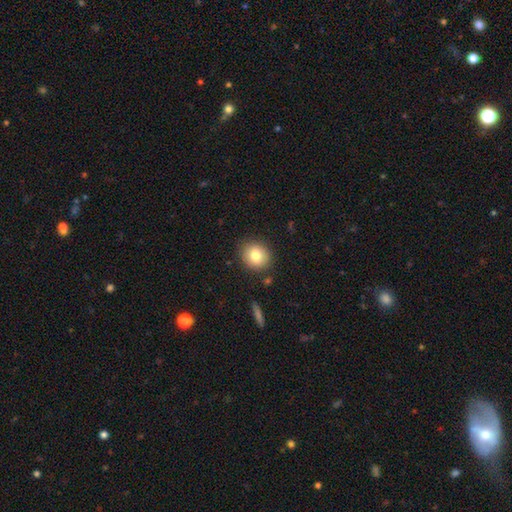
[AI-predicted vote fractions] This appears to be a smooth galaxy with no disk features (79%) that is round (77%). Merging: none (86%).